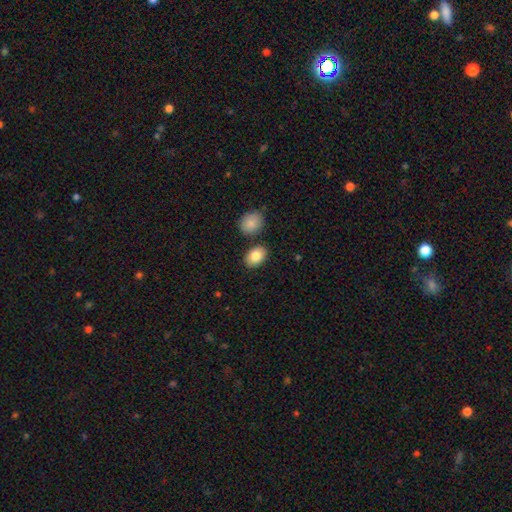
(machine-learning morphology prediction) Smooth or featured?
  - smooth: 85% *
  - featured or disk: 9%
  - star or artifact: 7%
How rounded?
  - in between: 83% *
  - round: 16%
  - cigar-shaped: 1%
Merging?
  - none: 79% *
  - minor disturbance: 10%
  - merger: 8%
  - major disturbance: 2%